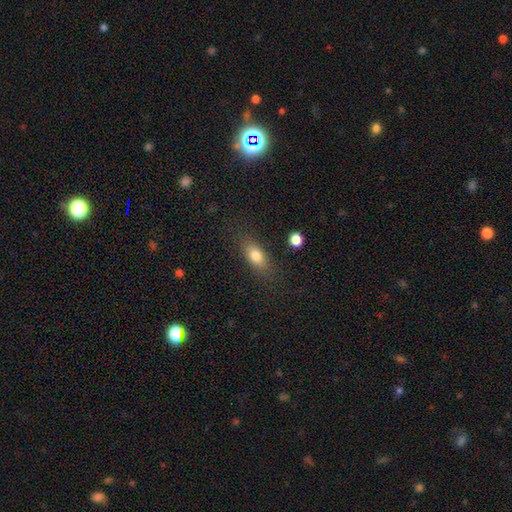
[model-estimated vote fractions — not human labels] smooth-or-featured: smooth: 78% | featured or disk: 13% | star or artifact: 9%
  how-rounded: in between: 77% | cigar-shaped: 14% | round: 9%
  merging: none: 80% | minor disturbance: 13% | major disturbance: 5% | merger: 2%